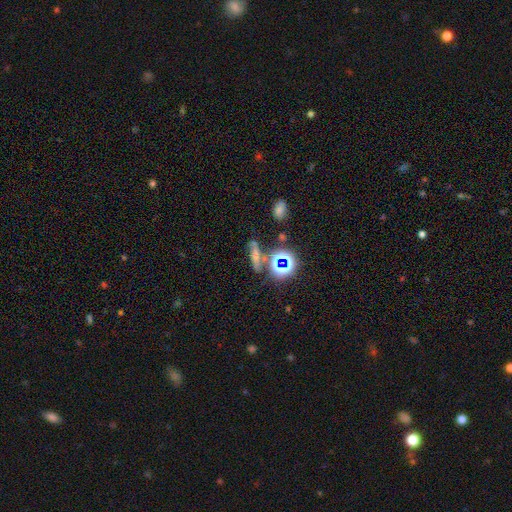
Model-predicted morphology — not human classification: smooth_or_featured: smooth (p=0.49) [alt: star or artifact p=0.31]
merging: none (p=0.60) [alt: minor disturbance p=0.17]